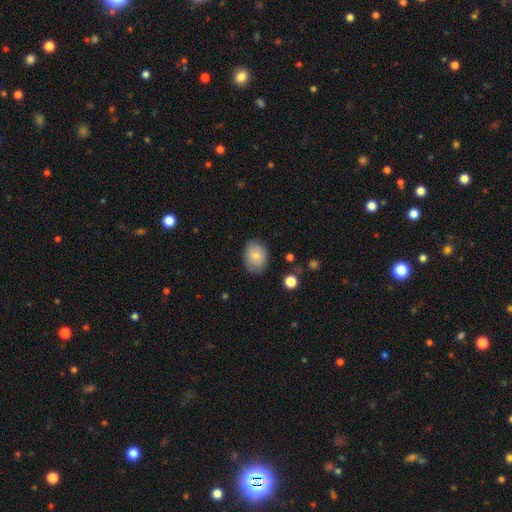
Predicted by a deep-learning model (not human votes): Smooth or featured? Predicted: smooth (p=0.80). How rounded? Predicted: in between (p=0.63). Merging? Predicted: none (p=0.80).